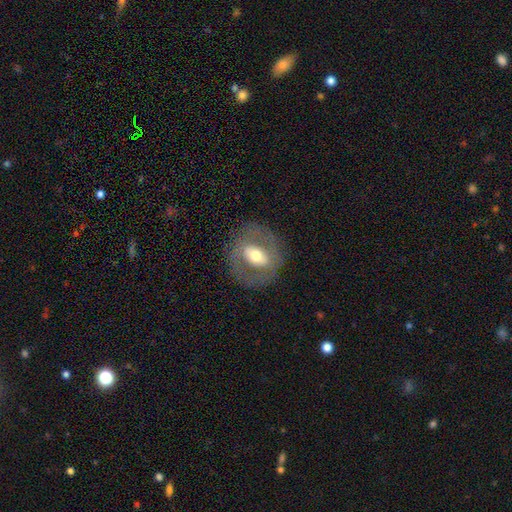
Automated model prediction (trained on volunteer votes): A featured or disk galaxy (55%) with no bar (38%), no spiral arms (77%) and a moderate central bulge (62%). Merging: none (78%).